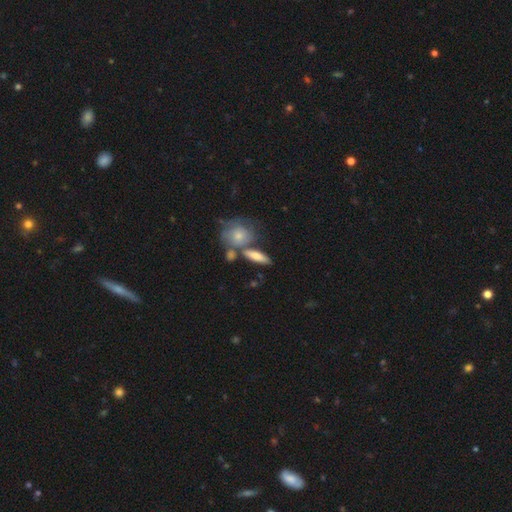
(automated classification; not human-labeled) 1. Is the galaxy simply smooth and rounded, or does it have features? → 65% smooth, 27% featured or disk, 8% star or artifact.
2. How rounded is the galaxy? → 54% in between, 37% cigar-shaped, 9% round.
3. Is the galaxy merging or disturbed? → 57% none, 23% merger, 14% minor disturbance, 5% major disturbance.